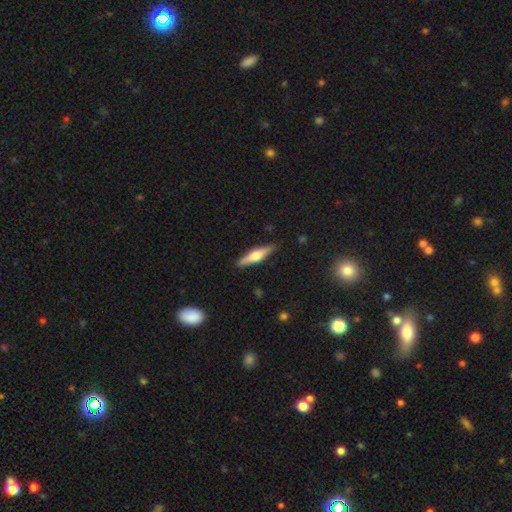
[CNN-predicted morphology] Smooth or featured?
  - featured or disk: 54% *
  - smooth: 40%
  - star or artifact: 6%
Edge-on disk?
  - yes: 96% *
  - no: 4%
Edge-on bulge?
  - rounded: 89% *
  - boxy: 7%
  - none: 4%
Merging?
  - none: 89% *
  - minor disturbance: 8%
  - major disturbance: 2%
  - merger: 1%